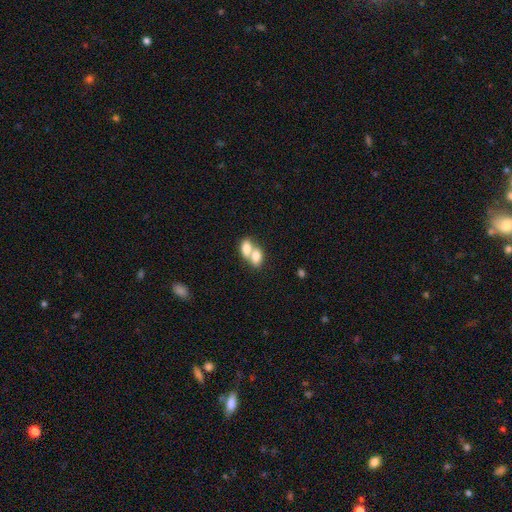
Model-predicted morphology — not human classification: Overall: smooth (76%). How rounded: in between (84%). Merging: merger (76%).